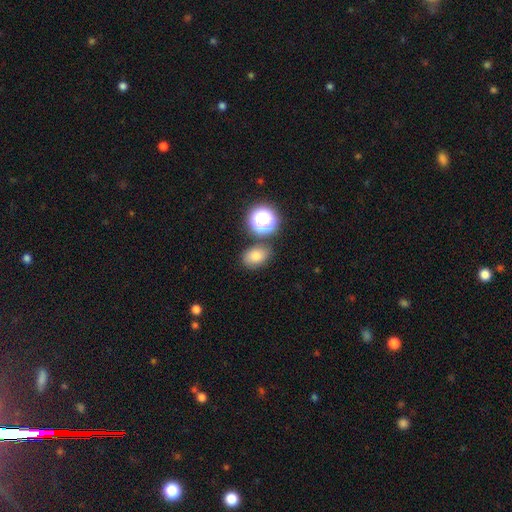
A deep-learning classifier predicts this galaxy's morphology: This appears to be a smooth galaxy with no disk features (76%) that is in between round and cigar-shaped (67%). Merging: none (73%).